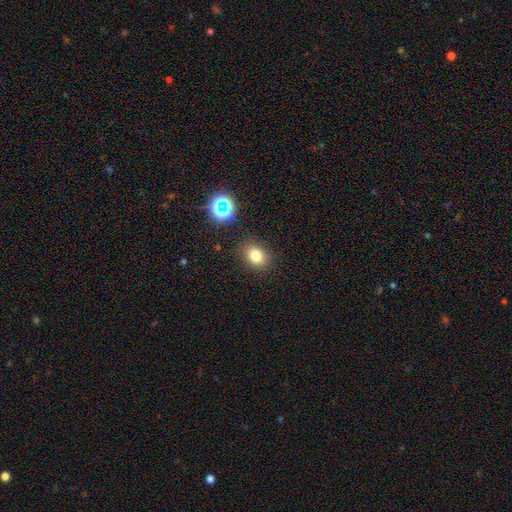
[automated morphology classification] Smooth or featured?
  - smooth: 78% *
  - star or artifact: 15%
  - featured or disk: 7%
How rounded?
  - in between: 55% *
  - round: 44%
  - cigar-shaped: 1%
Merging?
  - none: 85% *
  - minor disturbance: 10%
  - major disturbance: 3%
  - merger: 2%